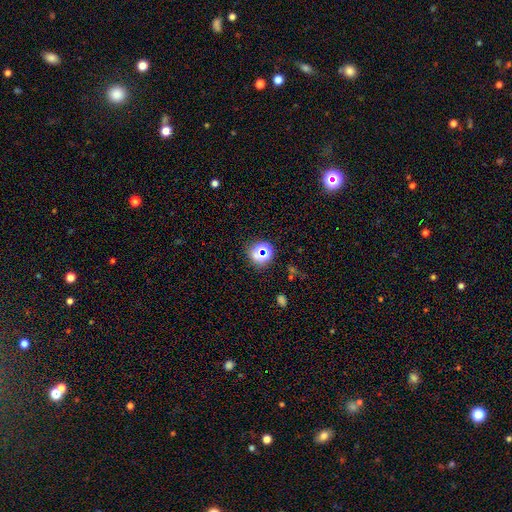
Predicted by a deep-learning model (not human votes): smooth_or_featured: star or artifact (p=0.57) [alt: smooth p=0.33]